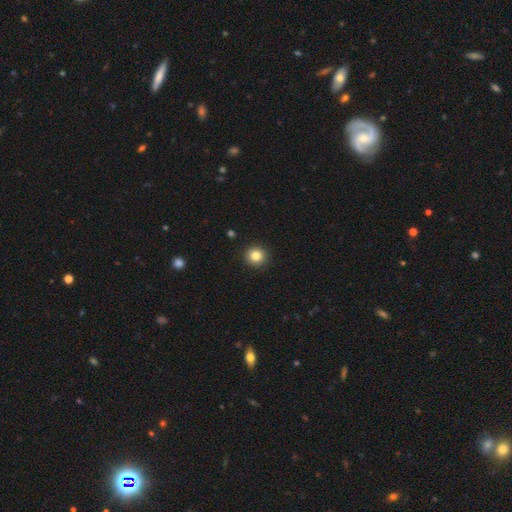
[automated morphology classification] Q: Smooth or featured?
A: smooth (84%); runner-up: star or artifact (11%)
Q: How rounded?
A: round (93%); runner-up: in between (6%)
Q: Merging?
A: none (92%); runner-up: minor disturbance (5%)